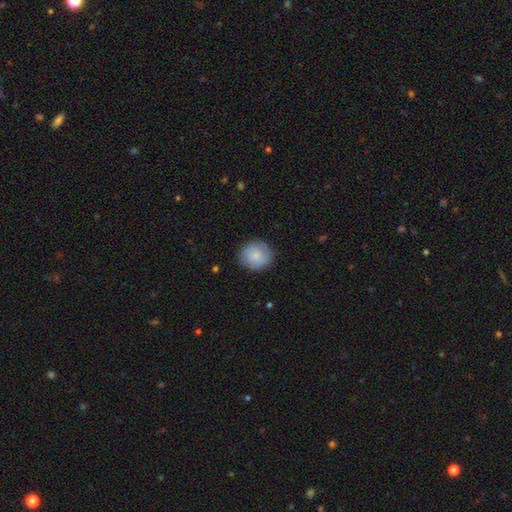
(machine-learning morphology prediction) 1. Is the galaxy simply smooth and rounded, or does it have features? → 77% smooth, 16% featured or disk, 7% star or artifact.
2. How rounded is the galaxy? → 87% round, 12% in between, 1% cigar-shaped.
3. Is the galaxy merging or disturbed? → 85% none, 12% minor disturbance, 3% major disturbance, 1% merger.